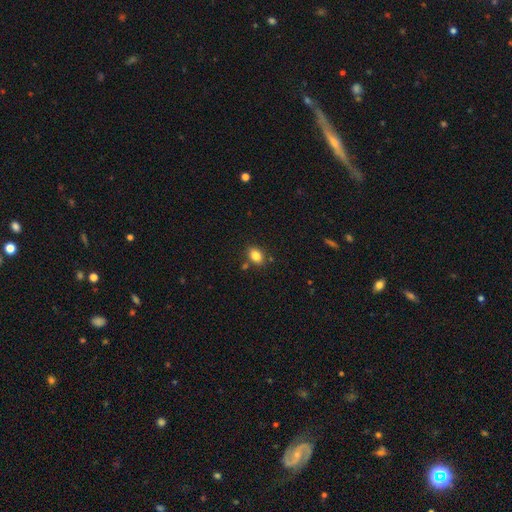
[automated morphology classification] Smooth or featured? Predicted: smooth (p=0.83). How rounded? Predicted: in between (p=0.73). Merging? Predicted: none (p=0.80).